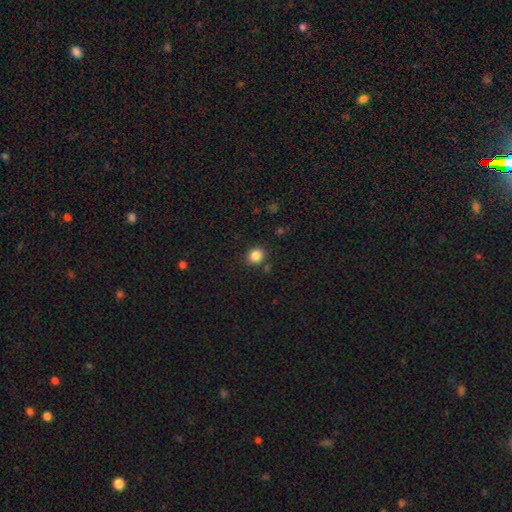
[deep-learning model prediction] Smooth or featured?
  - smooth: 85% *
  - star or artifact: 11%
  - featured or disk: 4%
How rounded?
  - round: 73% *
  - in between: 26%
  - cigar-shaped: 1%
Merging?
  - none: 85% *
  - minor disturbance: 8%
  - merger: 3%
  - major disturbance: 3%